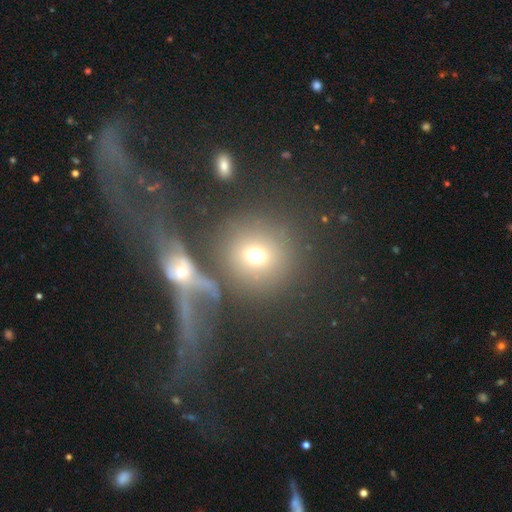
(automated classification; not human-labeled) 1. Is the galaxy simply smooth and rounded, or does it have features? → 67% smooth, 17% featured or disk, 15% star or artifact.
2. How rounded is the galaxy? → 85% round, 13% in between, 1% cigar-shaped.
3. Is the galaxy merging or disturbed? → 51% none, 29% merger, 10% major disturbance, 10% minor disturbance.